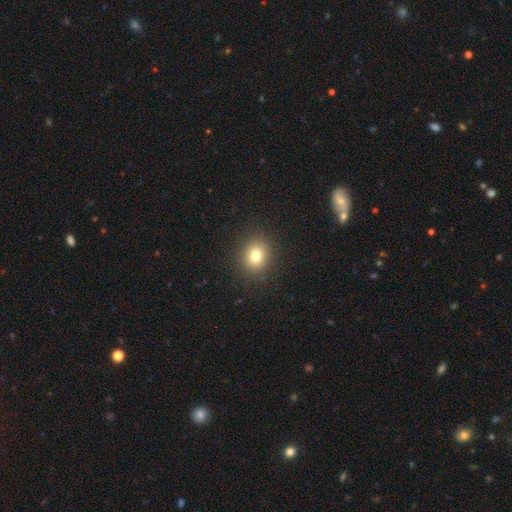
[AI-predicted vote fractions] This is likely a smooth galaxy (79%). How rounded: likely round (70%). Merging: clearly none (89%).